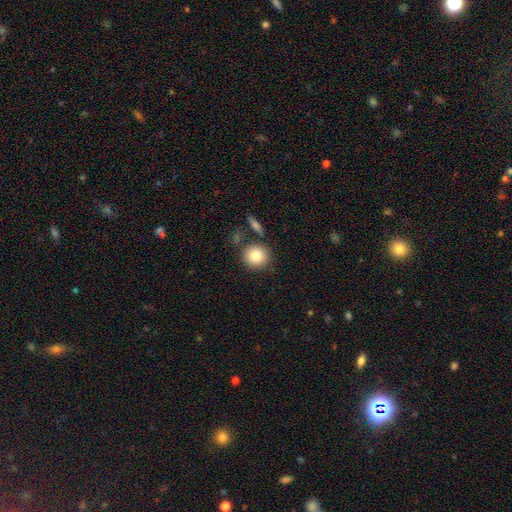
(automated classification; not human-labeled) smooth 83%, featured or disk 9%, star or artifact 8%. Down the decision tree: how rounded — round (88%); merging — none (77%).